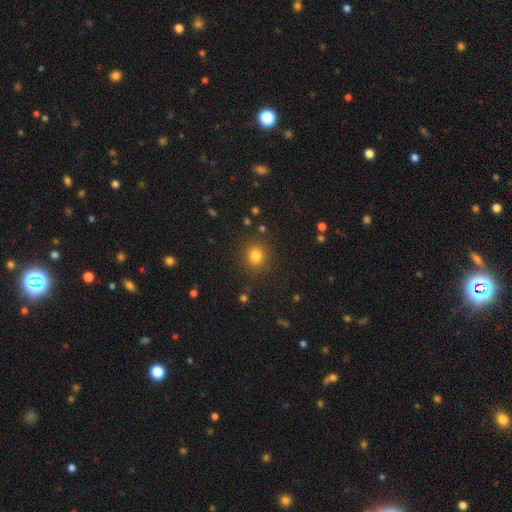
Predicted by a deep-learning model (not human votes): Smooth or featured: smooth — 80% (star or artifact — 14%)
How rounded: round — 87% (in between — 12%)
Merging: none — 87% (minor disturbance — 8%)